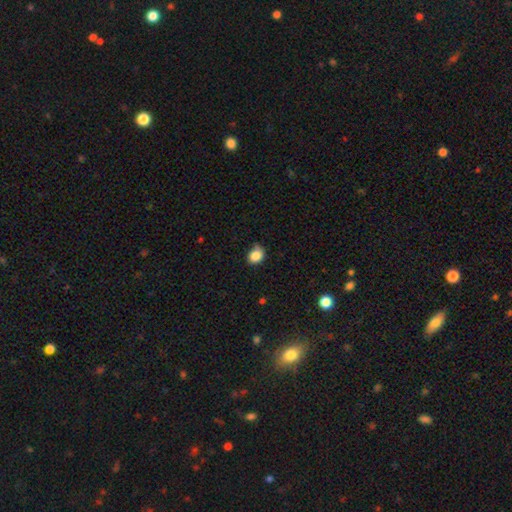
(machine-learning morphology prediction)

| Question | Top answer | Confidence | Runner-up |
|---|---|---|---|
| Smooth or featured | smooth | 85% | star or artifact (9%) |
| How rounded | round | 56% | in between (43%) |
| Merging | none | 59% | minor disturbance (32%) |